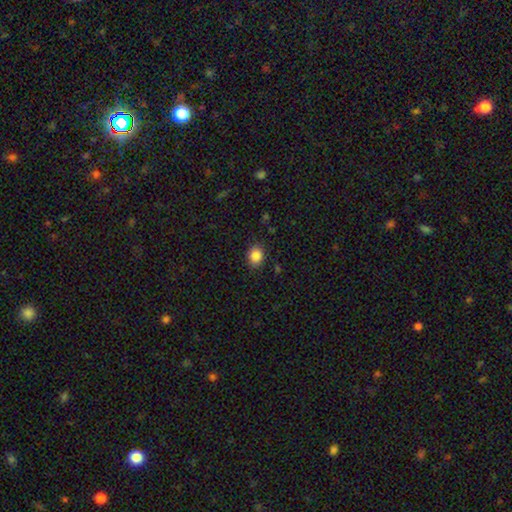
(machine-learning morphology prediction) smooth 85%, star or artifact 10%, featured or disk 5%. Down the decision tree: how rounded — round (50%); merging — none (86%).